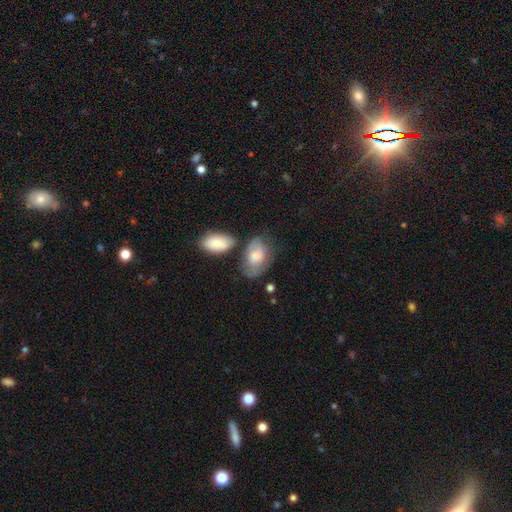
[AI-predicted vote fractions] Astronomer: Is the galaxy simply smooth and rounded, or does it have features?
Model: smooth — 65%.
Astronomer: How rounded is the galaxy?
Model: in between — 90%.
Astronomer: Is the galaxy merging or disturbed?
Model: none — 42% (runner-up: minor disturbance, 29%).